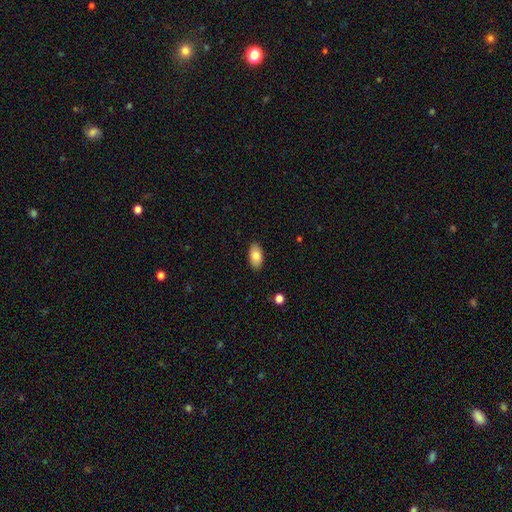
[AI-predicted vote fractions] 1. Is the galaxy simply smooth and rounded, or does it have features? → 84% smooth, 9% featured or disk, 7% star or artifact.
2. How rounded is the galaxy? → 94% in between, 4% round, 3% cigar-shaped.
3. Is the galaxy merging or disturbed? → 89% none, 8% minor disturbance, 2% major disturbance, 1% merger.